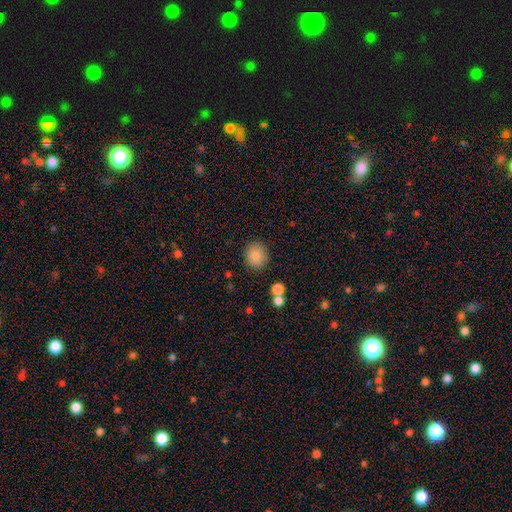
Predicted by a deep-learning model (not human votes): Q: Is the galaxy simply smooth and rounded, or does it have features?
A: smooth — 85%.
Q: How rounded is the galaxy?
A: round — 77%.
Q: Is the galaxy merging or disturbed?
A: none — 86%.